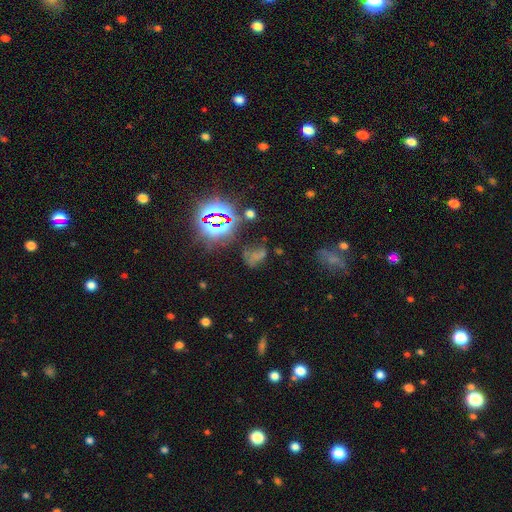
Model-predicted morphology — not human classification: smooth-or-featured: star or artifact: 44% | smooth: 37% | featured or disk: 19%